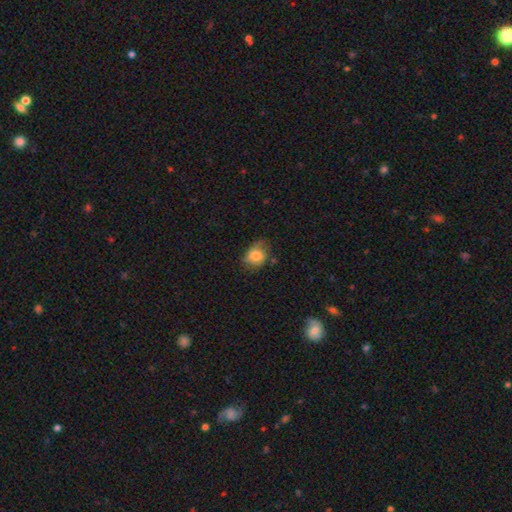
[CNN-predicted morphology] Overall: smooth (74%). How rounded: in between (54%; round 45%). Merging: none (50%; minor disturbance 33%).